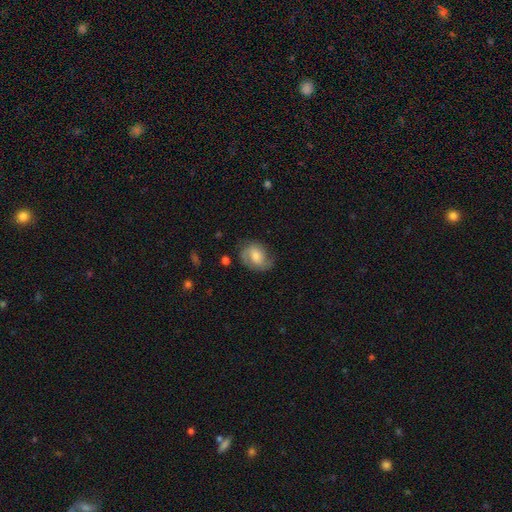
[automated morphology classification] Smooth or featured? featured or disk (50%)
Edge-on disk? no (96%)
Merging? none (64%)